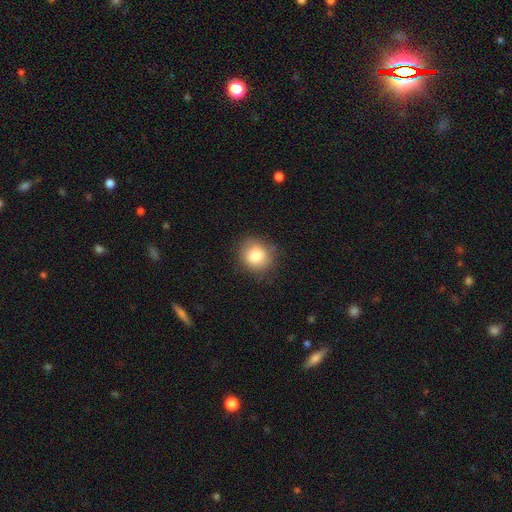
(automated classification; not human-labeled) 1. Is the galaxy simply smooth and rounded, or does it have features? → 82% smooth, 9% star or artifact, 9% featured or disk.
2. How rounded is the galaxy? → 83% round, 16% in between, 1% cigar-shaped.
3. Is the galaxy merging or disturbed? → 80% none, 15% minor disturbance, 4% major disturbance, 1% merger.